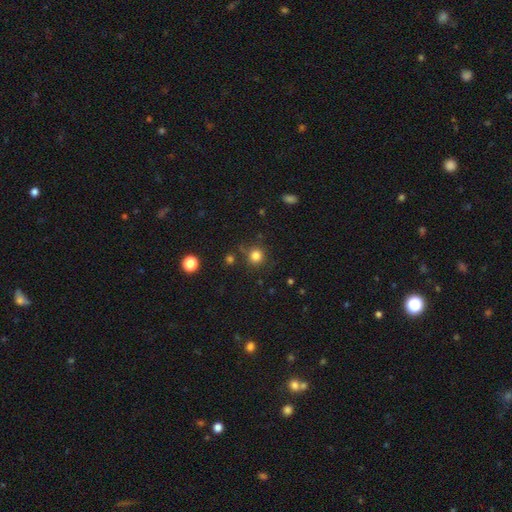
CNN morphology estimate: Smooth or featured?
  - smooth: 82% *
  - star or artifact: 13%
  - featured or disk: 5%
How rounded?
  - round: 92% *
  - in between: 7%
  - cigar-shaped: 1%
Merging?
  - none: 80% *
  - minor disturbance: 11%
  - merger: 5%
  - major disturbance: 4%